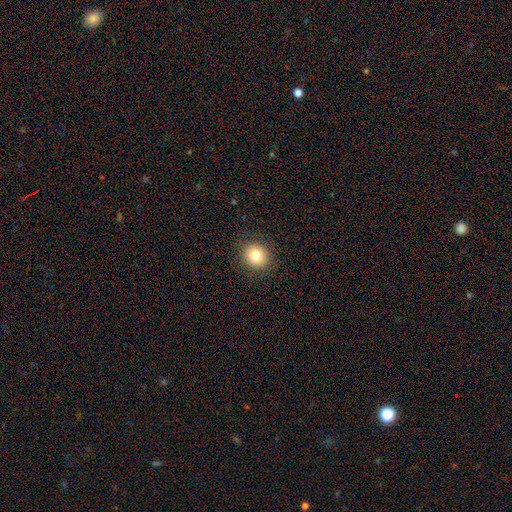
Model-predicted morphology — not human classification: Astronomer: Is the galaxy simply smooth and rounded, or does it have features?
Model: smooth — 81%.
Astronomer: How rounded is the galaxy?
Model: round — 84%.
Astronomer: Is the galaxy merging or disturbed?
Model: none — 90%.